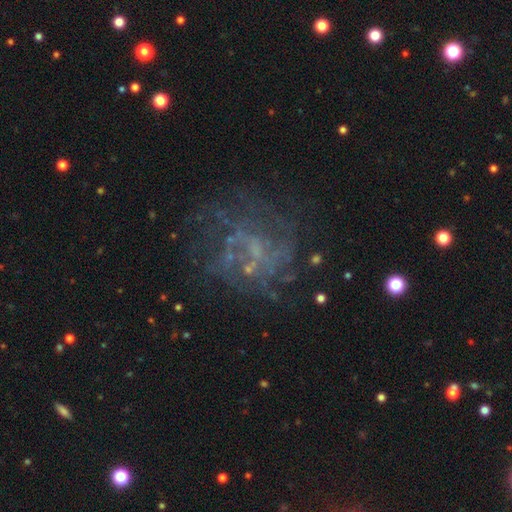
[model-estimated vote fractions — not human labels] Smooth or featured: featured or disk — 62% (star or artifact — 23%)
Edge-on disk: no — 98% (yes — 2%)
Bar: no — 78% (weak — 17%)
Spiral arms: no — 57% (yes — 43%)
Bulge size: none — 61% (small — 29%)
Merging: none — 60% (major disturbance — 22%)